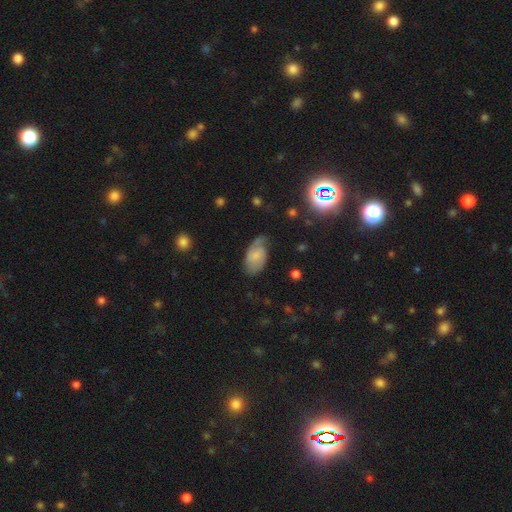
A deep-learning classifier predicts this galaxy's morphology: Smooth or featured: featured or disk — 47% (smooth — 45%)
Merging: none — 46% (minor disturbance — 33%)